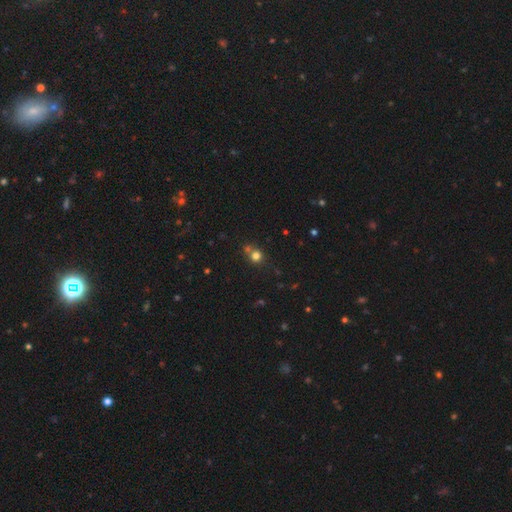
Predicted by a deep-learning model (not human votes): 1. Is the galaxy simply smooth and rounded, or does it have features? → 74% smooth, 18% star or artifact, 8% featured or disk.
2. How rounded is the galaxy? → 88% round, 11% in between, 1% cigar-shaped.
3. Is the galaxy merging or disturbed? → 61% none, 27% merger, 9% minor disturbance, 3% major disturbance.